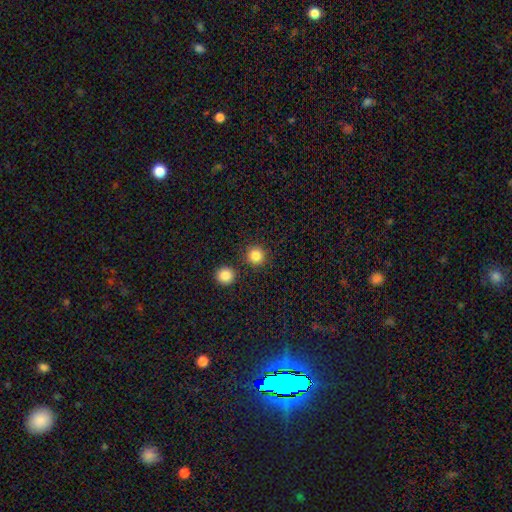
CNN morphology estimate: smooth-or-featured: smooth: 85% | star or artifact: 11% | featured or disk: 4%
  how-rounded: round: 93% | in between: 6% | cigar-shaped: 1%
  merging: none: 87% | minor disturbance: 6% | merger: 5% | major disturbance: 2%